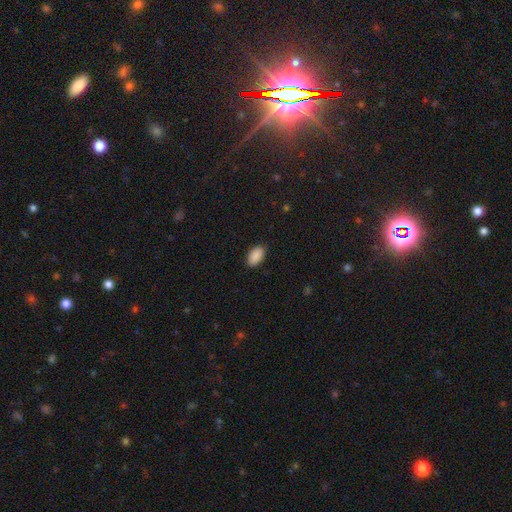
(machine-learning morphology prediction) Overall: smooth (90%). How rounded: in between (94%). Merging: none (88%).